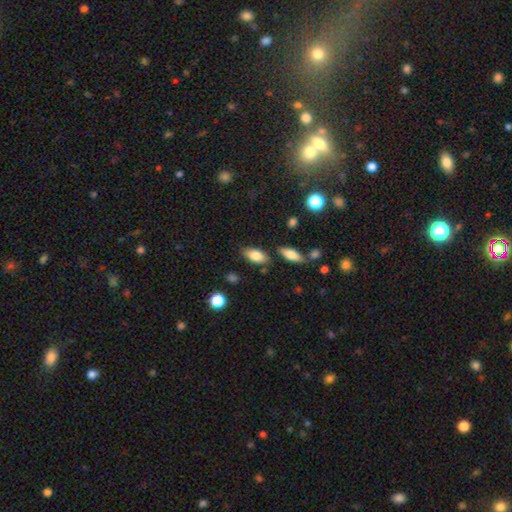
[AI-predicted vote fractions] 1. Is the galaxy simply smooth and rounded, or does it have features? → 80% smooth, 13% featured or disk, 7% star or artifact.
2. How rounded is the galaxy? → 88% in between, 8% cigar-shaped, 4% round.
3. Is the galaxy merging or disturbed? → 78% none, 14% minor disturbance, 6% merger, 3% major disturbance.